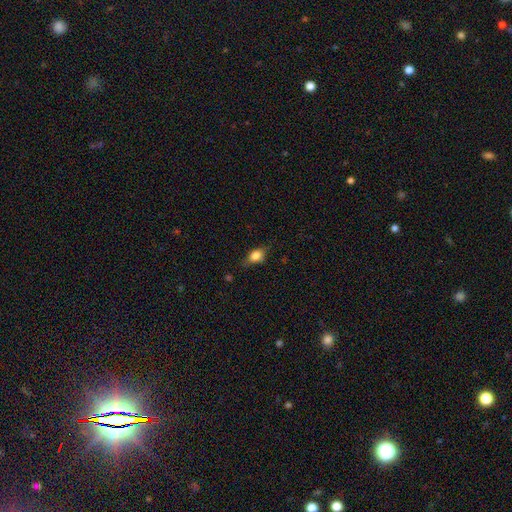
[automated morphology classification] Overall: smooth (77%). How rounded: in between (68%). Merging: none (66%).